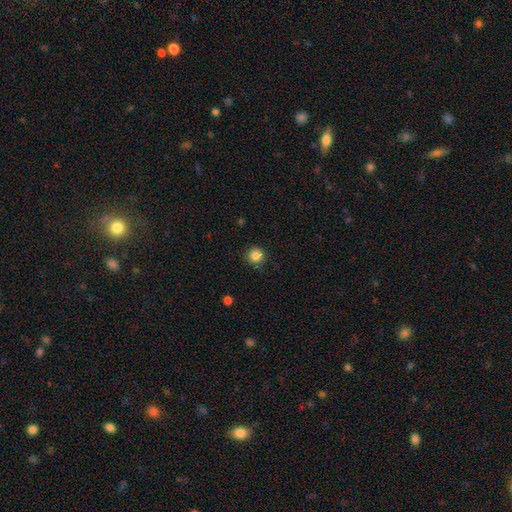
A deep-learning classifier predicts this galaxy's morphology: This appears to be a smooth galaxy with no disk features (85%) that is round (94%). Merging: none (88%).